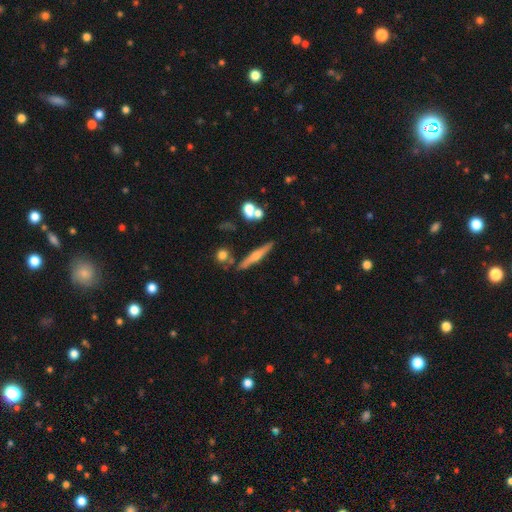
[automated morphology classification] Smooth or featured?
  - featured or disk: 62% *
  - smooth: 31%
  - star or artifact: 8%
Edge-on disk?
  - yes: 96% *
  - no: 4%
Edge-on bulge?
  - rounded: 87% *
  - none: 8%
  - boxy: 5%
Merging?
  - none: 82% *
  - minor disturbance: 10%
  - merger: 6%
  - major disturbance: 2%